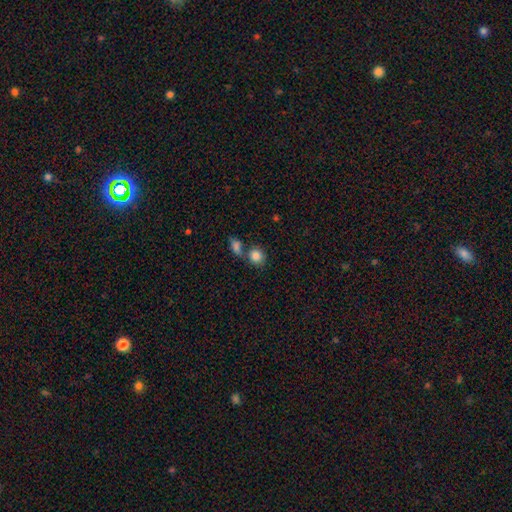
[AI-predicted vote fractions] Smooth or featured: smooth — 85% (star or artifact — 9%)
How rounded: round — 74% (in between — 25%)
Merging: none — 53% (merger — 33%)